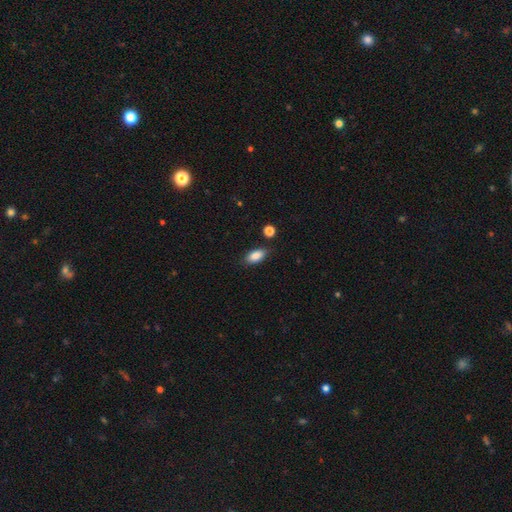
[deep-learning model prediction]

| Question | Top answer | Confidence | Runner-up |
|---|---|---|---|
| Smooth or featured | smooth | 86% | star or artifact (7%) |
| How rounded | in between | 88% | cigar-shaped (8%) |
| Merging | none | 81% | minor disturbance (14%) |